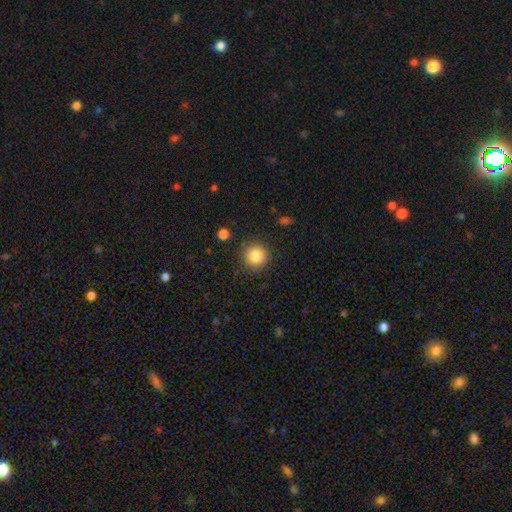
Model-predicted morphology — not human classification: A smooth galaxy with no disk features (84%) that is round (94%).

Vote fractions:
- Smooth or featured? smooth: 84% / star or artifact: 10% / featured or disk: 6%
- How rounded? round: 94% / in between: 5% / cigar-shaped: 1%
- Merging? none: 88% / minor disturbance: 8% / major disturbance: 3% / merger: 2%